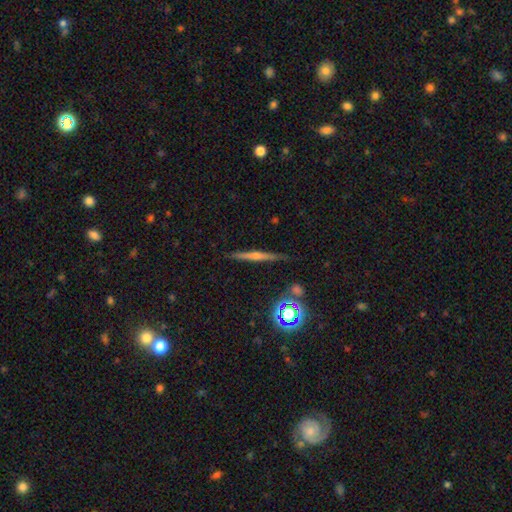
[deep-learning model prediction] Smooth or featured: featured or disk — 62% (smooth — 26%)
Edge-on disk: yes — 97% (no — 3%)
Edge-on bulge: rounded — 74% (none — 19%)
Merging: none — 87% (minor disturbance — 9%)